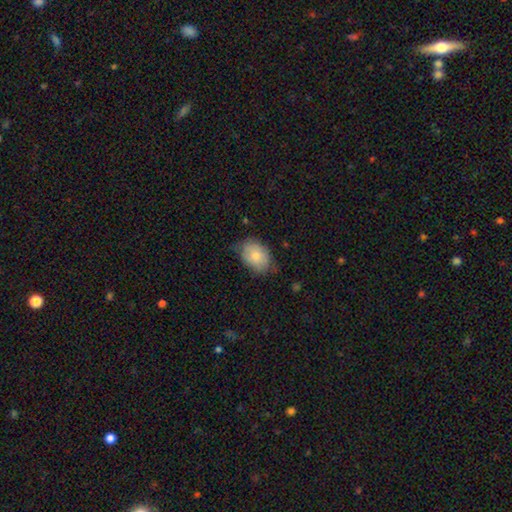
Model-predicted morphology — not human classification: Smooth or featured?
  - smooth: 77% *
  - featured or disk: 16%
  - star or artifact: 7%
How rounded?
  - in between: 76% *
  - round: 23%
  - cigar-shaped: 1%
Merging?
  - none: 59% *
  - minor disturbance: 32%
  - major disturbance: 7%
  - merger: 1%